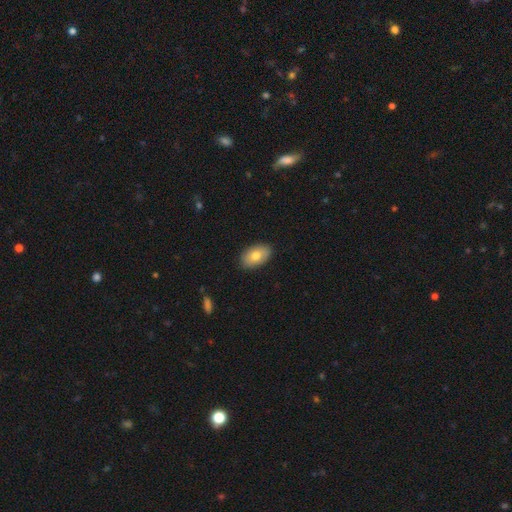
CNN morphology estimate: smooth_or_featured: smooth (p=0.76) [alt: featured or disk p=0.18]
how_rounded: in between (p=0.91) [alt: round p=0.07]
merging: none (p=0.88) [alt: minor disturbance p=0.09]